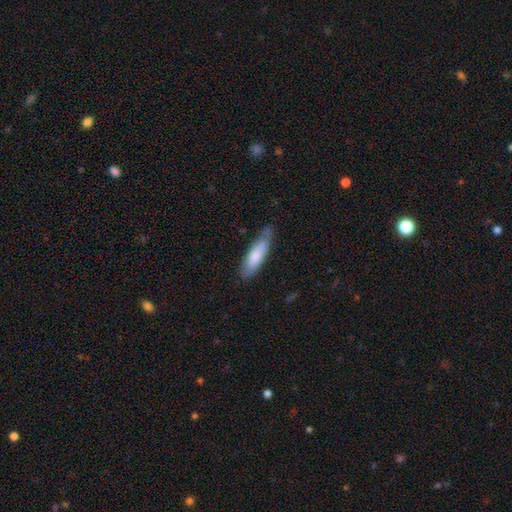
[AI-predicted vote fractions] The model was most divided on "how rounded": cigar-shaped: 53%, in between: 45%, round: 1%. More confident: smooth or featured — smooth (72%); merging — none (67%).